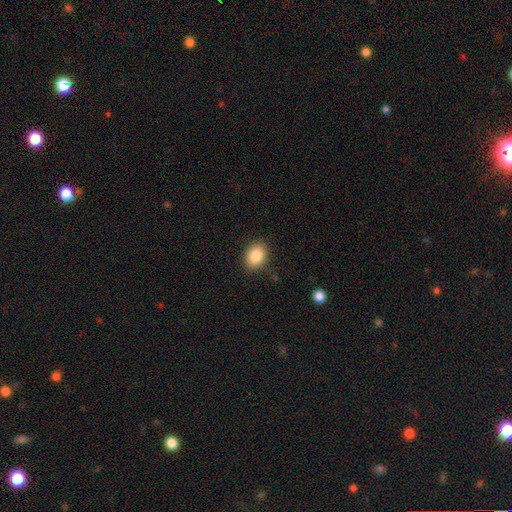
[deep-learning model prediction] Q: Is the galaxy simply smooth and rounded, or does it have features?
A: smooth — 86%.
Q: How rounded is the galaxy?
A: in between — 70%.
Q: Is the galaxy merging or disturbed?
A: none — 86%.